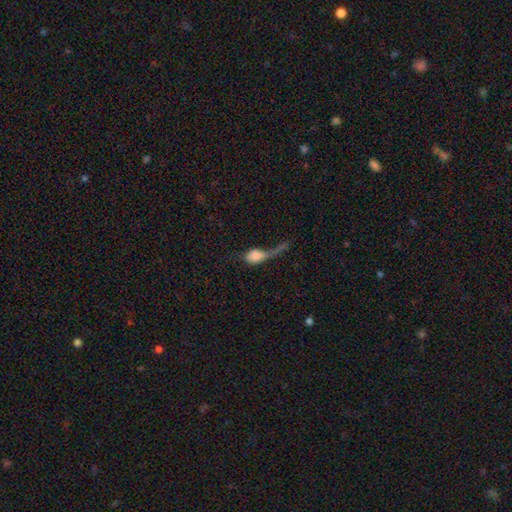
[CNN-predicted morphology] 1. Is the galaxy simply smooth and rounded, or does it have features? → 67% smooth, 23% featured or disk, 10% star or artifact.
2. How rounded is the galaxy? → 67% in between, 26% round, 7% cigar-shaped.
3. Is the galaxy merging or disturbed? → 55% major disturbance, 16% merger, 15% none, 14% minor disturbance.